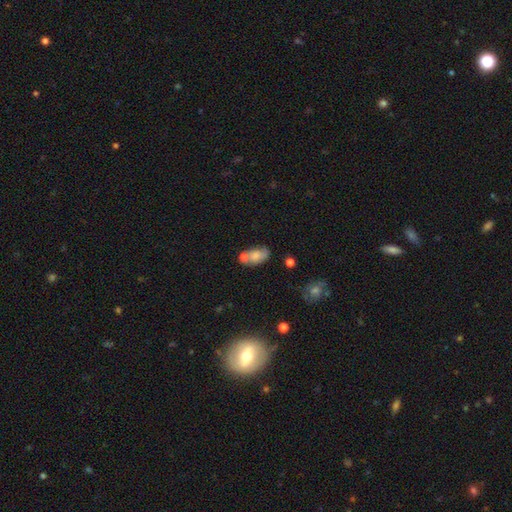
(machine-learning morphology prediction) This appears to be a smooth galaxy with no disk features (66%) that is in between round and cigar-shaped (88%). Merging: none (40%).